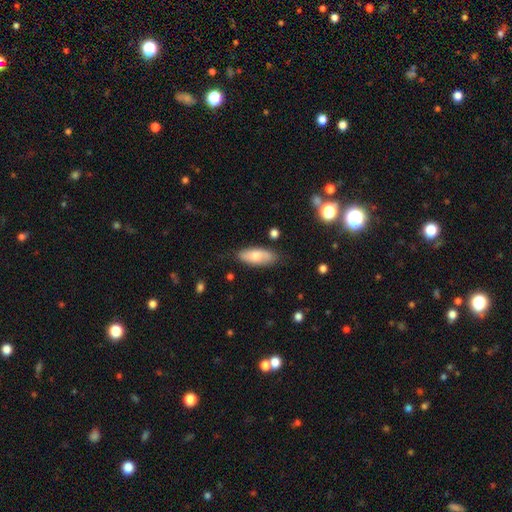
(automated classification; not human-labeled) smooth-or-featured: smooth: 70% | featured or disk: 24% | star or artifact: 6%
  how-rounded: in between: 81% | cigar-shaped: 17% | round: 2%
  merging: none: 78% | minor disturbance: 17% | major disturbance: 3% | merger: 2%